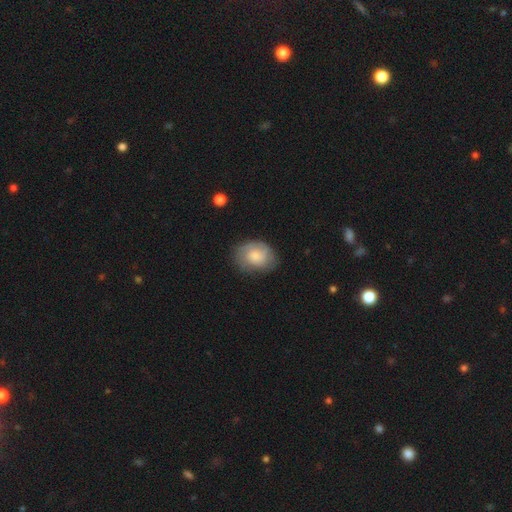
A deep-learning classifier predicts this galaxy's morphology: smooth 52%, featured or disk 41%, star or artifact 7%. Down the decision tree: how rounded — in between (61%); merging — none (69%).